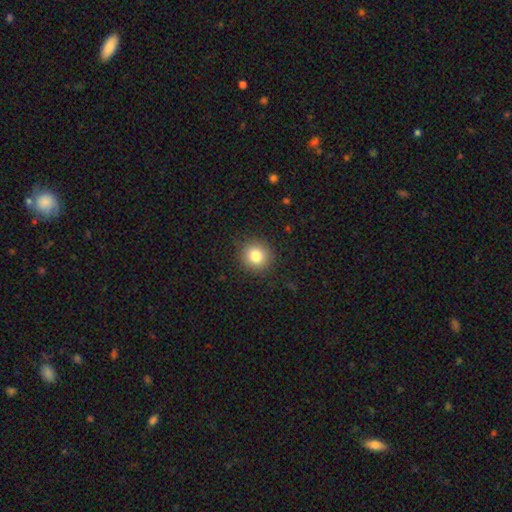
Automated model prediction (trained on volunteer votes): smooth_or_featured: smooth (p=0.82) [alt: star or artifact p=0.11]
how_rounded: round (p=0.91) [alt: in between p=0.08]
merging: none (p=0.89) [alt: minor disturbance p=0.08]